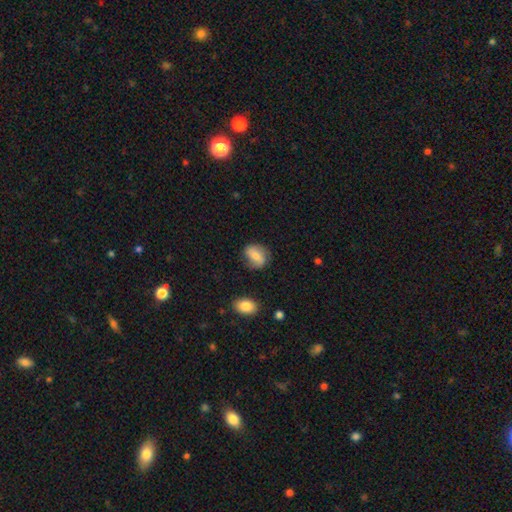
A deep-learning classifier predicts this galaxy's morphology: Smooth or featured?
  - smooth: 62% *
  - featured or disk: 30%
  - star or artifact: 8%
How rounded?
  - in between: 57% *
  - round: 41%
  - cigar-shaped: 2%
Merging?
  - none: 71% *
  - minor disturbance: 21%
  - major disturbance: 7%
  - merger: 2%